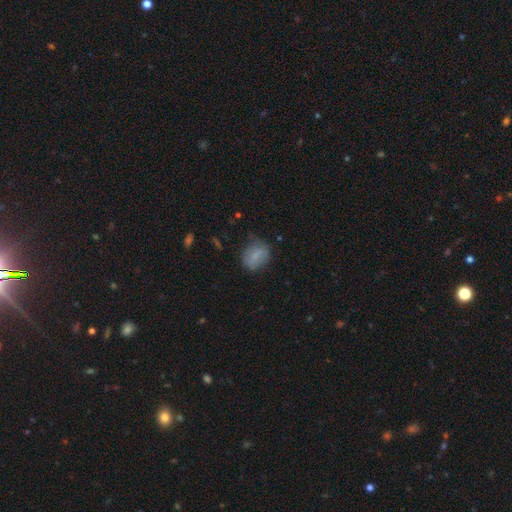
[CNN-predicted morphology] Overall: smooth (77%). How rounded: in between (59%; round 39%). Merging: none (65%; minor disturbance 25%).